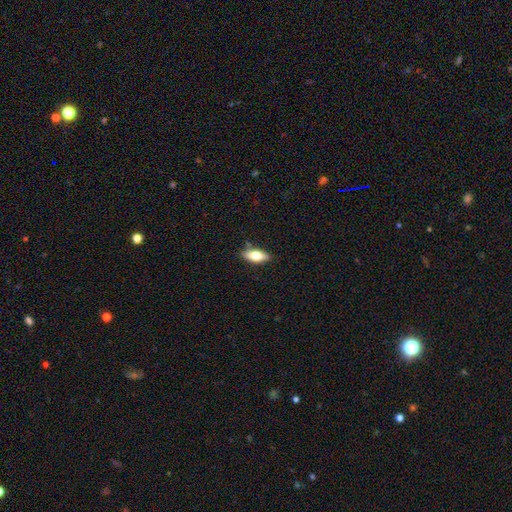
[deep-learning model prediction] This appears to be a smooth galaxy with no disk features (66%) that is in between round and cigar-shaped (77%). Merging: none (83%).